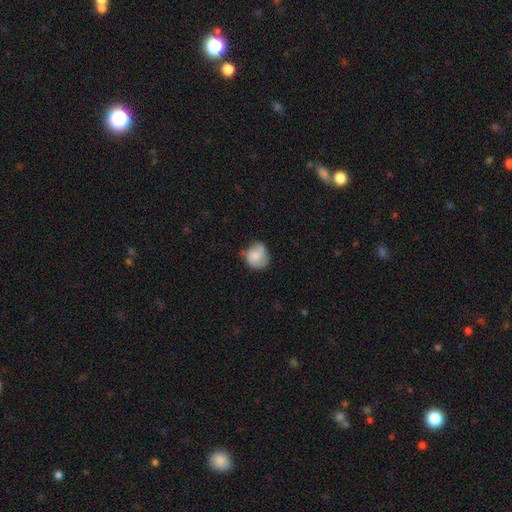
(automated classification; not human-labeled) smooth 68%, featured or disk 24%, star or artifact 8%. Down the decision tree: how rounded — round (71%); merging — none (50%).